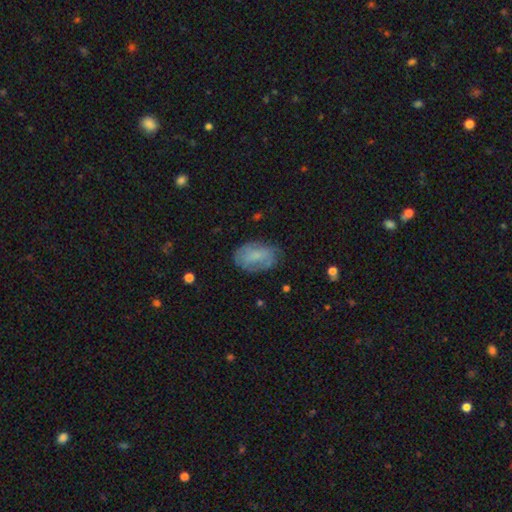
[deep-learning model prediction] The model was most divided on "smooth or featured": smooth: 57%, featured or disk: 35%, star or artifact: 8%. More confident: how rounded — in between (88%); merging — none (65%).